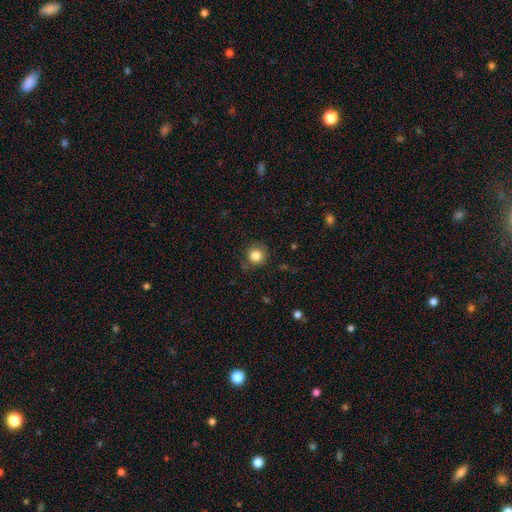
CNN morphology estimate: smooth 84%, star or artifact 11%, featured or disk 6%. Down the decision tree: how rounded — round (93%); merging — none (82%).